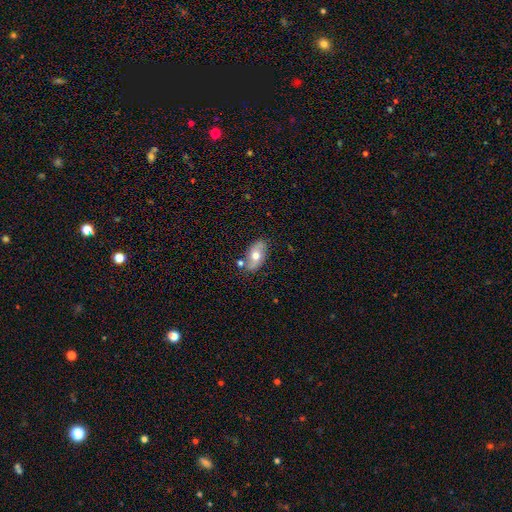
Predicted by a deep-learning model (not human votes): A smooth galaxy with no disk features (54%) that is in between round and cigar-shaped (89%). Merging: none (73%).